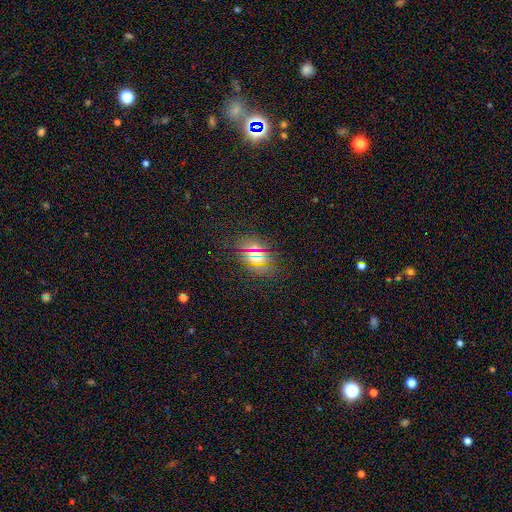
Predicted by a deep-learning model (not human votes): Overall: star or artifact (45%; smooth 41%).